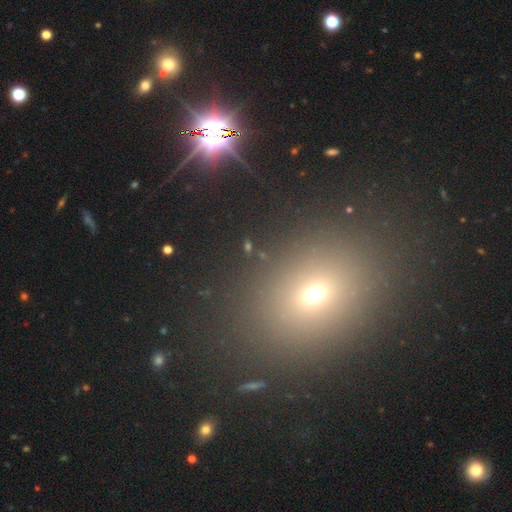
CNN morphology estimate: Overall: smooth (56%; star or artifact 33%). How rounded: in between (52%; round 46%). Merging: none (87%).